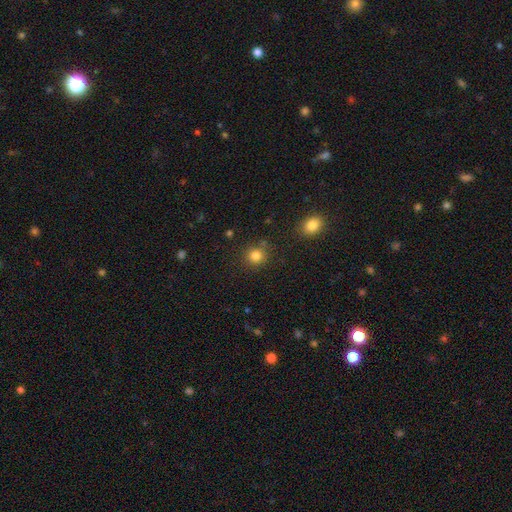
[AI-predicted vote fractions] smooth-or-featured: smooth: 82% | star or artifact: 13% | featured or disk: 5%
  how-rounded: round: 90% | in between: 9% | cigar-shaped: 1%
  merging: none: 83% | minor disturbance: 9% | merger: 5% | major disturbance: 3%